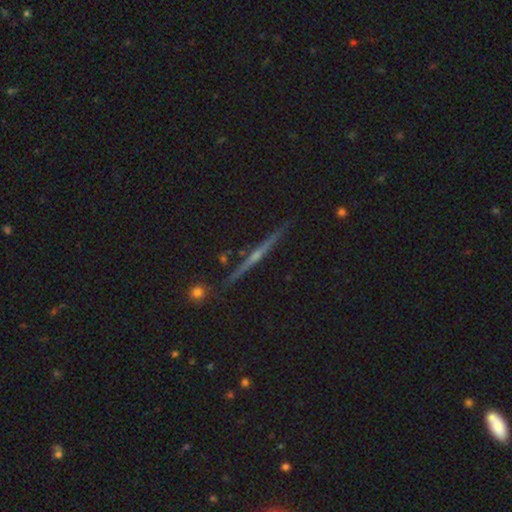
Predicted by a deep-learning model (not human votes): A featured or disk galaxy (77%) viewed edge-on (98%) with a rounded central bulge (74%). Merging: none (89%).